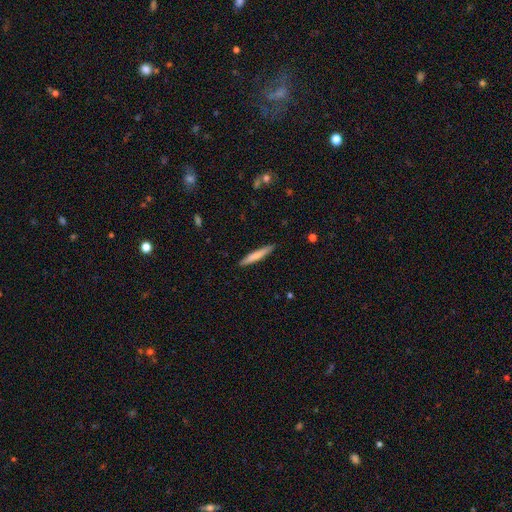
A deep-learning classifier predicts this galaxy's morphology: smooth_or_featured: smooth (p=0.71) [alt: featured or disk p=0.24]
how_rounded: cigar-shaped (p=0.95) [alt: in between p=0.04]
merging: none (p=0.91) [alt: minor disturbance p=0.07]